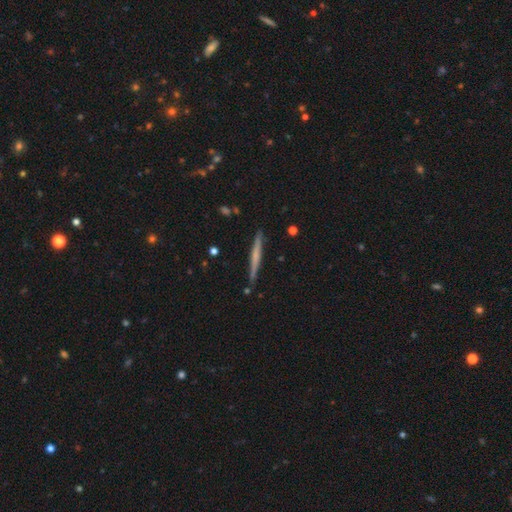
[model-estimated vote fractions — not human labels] Overall: featured or disk (54%; smooth 40%). Edge-on disk: yes (97%). Edge-on bulge: none (58%; rounded 32%). Merging: none (88%).